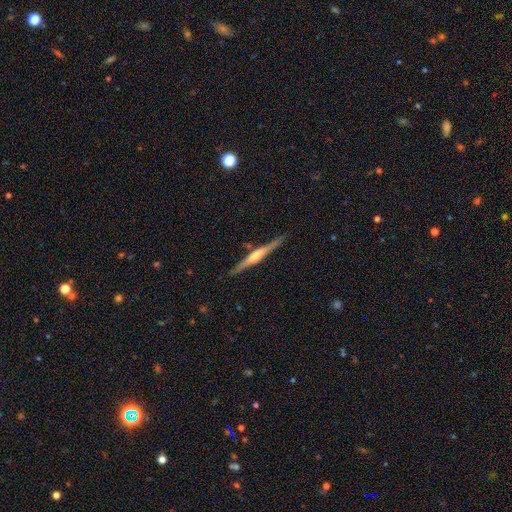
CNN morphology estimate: The model was most divided on "smooth or featured": featured or disk: 76%, smooth: 19%, star or artifact: 5%. More confident: edge-on disk — yes (98%); merging — none (88%); edge-on bulge — rounded (75%).